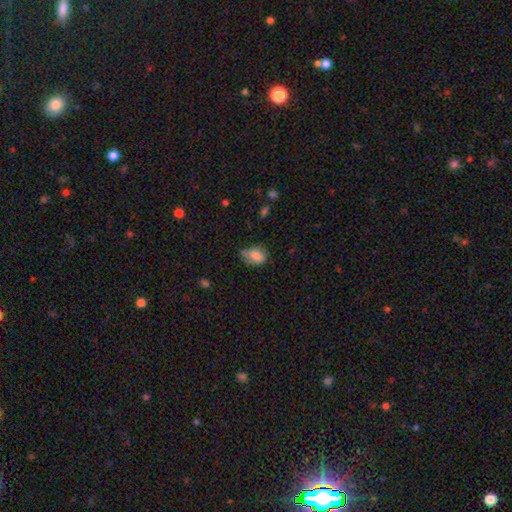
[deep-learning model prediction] Smooth or featured? Predicted: smooth (p=0.79). How rounded? Predicted: in between (p=0.69). Merging? Predicted: none (p=0.49).